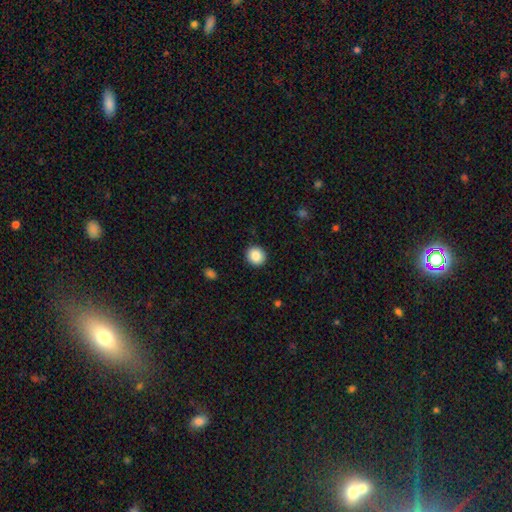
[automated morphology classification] Smooth or featured? smooth (88%)
How rounded? round (90%)
Merging? none (92%)